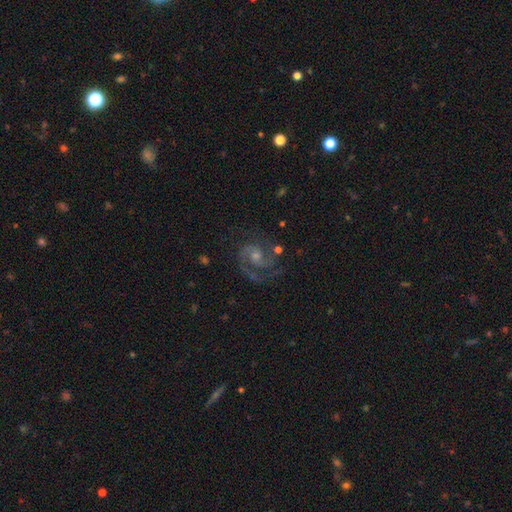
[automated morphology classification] featured or disk 87%, star or artifact 8%, smooth 5%. Down the decision tree: edge-on disk — no (98%); bar — no (55%); spiral arms — yes (98%); spiral arm count — 2 (84%); spiral winding — medium (56%); bulge size — small (46%); merging — none (72%).